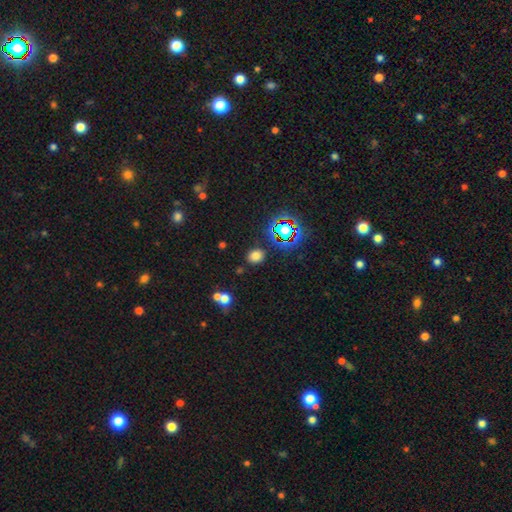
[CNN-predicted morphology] A smooth galaxy with no disk features (72%) that is round (63%).

Vote fractions:
- Smooth or featured? smooth: 72% / star or artifact: 22% / featured or disk: 6%
- How rounded? round: 63% / in between: 36% / cigar-shaped: 1%
- Merging? none: 82% / minor disturbance: 9% / merger: 5% / major disturbance: 3%